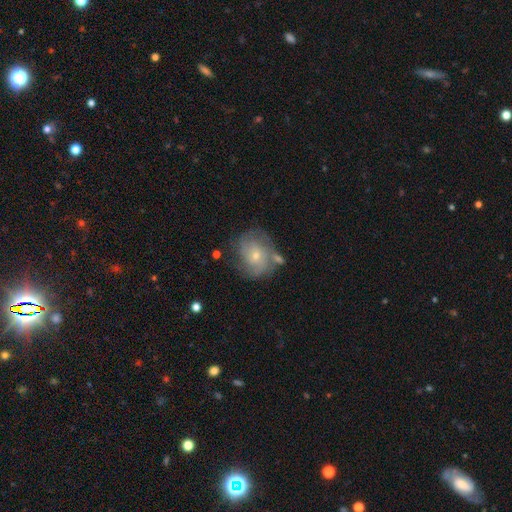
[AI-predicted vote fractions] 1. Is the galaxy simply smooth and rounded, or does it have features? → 66% featured or disk, 24% smooth, 10% star or artifact.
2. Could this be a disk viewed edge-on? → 97% no, 3% yes.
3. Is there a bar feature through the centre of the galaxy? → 77% no, 19% weak, 3% strong.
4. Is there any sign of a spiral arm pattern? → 82% yes, 18% no.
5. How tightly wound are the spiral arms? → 55% tight, 33% medium, 13% loose.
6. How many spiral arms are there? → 43% can't tell, 25% 2, 16% 3, 7% 4, 5% 1, 4% more than 4.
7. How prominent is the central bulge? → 65% small, 31% moderate, 1% none, 1% large, 1% dominant.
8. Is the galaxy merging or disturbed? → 61% none, 21% minor disturbance, 9% major disturbance, 9% merger.